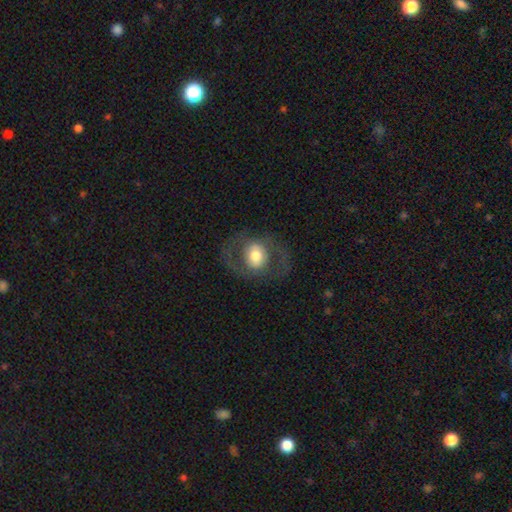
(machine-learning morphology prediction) Smooth or featured? featured or disk (52%)
Edge-on disk? no (94%)
Merging? none (74%)